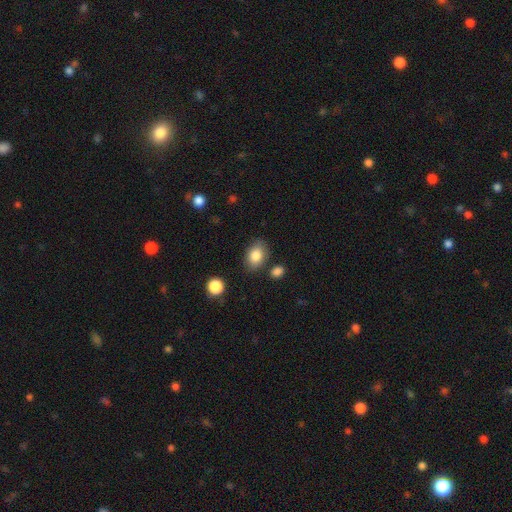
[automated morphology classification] Smooth or featured? smooth (84%)
How rounded? in between (80%)
Merging? none (79%)